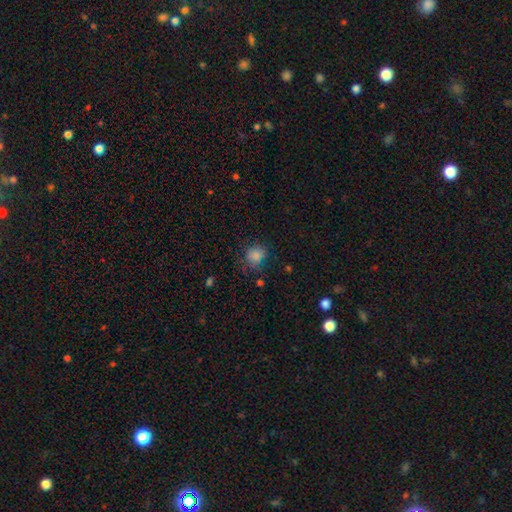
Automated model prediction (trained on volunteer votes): This appears to be a smooth galaxy with no disk features (79%) that is round (73%). Merging: none (65%).